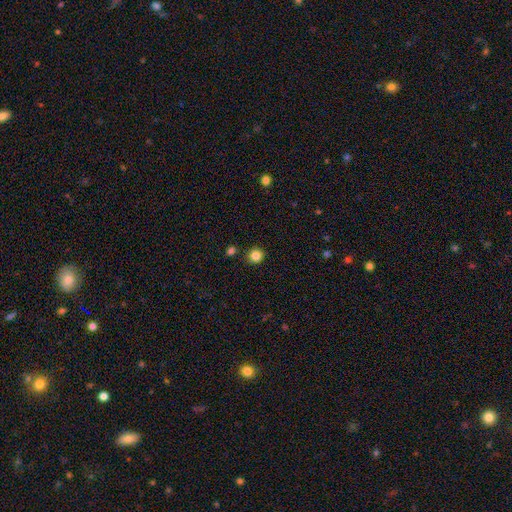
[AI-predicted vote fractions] Smooth or featured: smooth — 84% (star or artifact — 11%)
How rounded: round — 92% (in between — 7%)
Merging: none — 89% (minor disturbance — 6%)